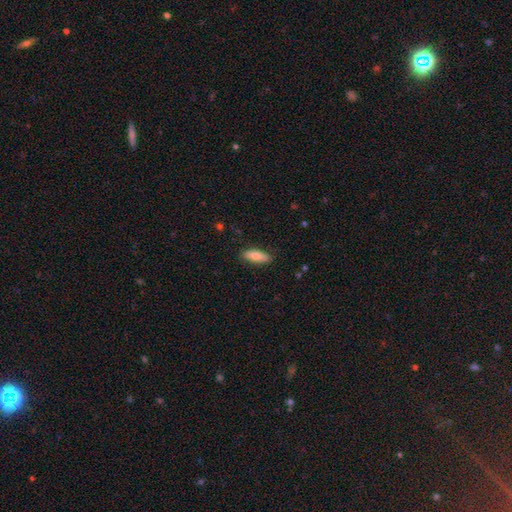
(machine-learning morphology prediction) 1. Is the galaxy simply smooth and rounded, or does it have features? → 75% smooth, 19% featured or disk, 6% star or artifact.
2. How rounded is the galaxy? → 66% in between, 32% cigar-shaped, 2% round.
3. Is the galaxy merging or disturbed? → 86% none, 11% minor disturbance, 2% major disturbance, 1% merger.